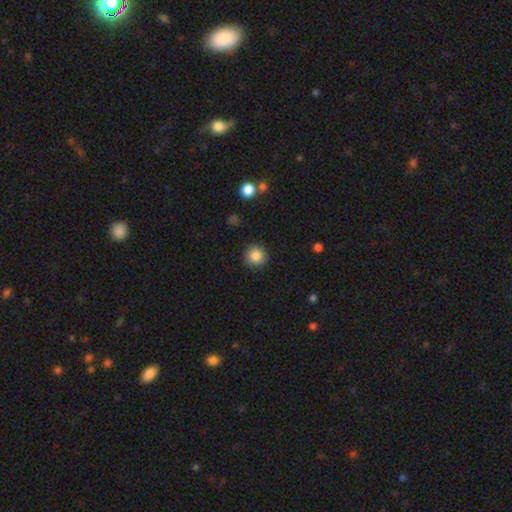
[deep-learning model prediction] Smooth or featured: smooth — 85% (star or artifact — 9%)
How rounded: round — 92% (in between — 7%)
Merging: none — 88% (minor disturbance — 8%)